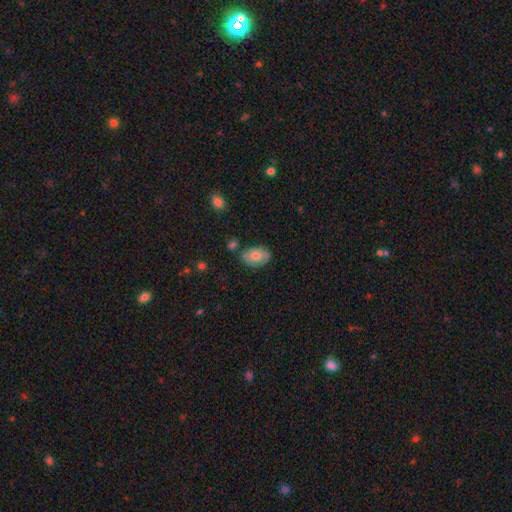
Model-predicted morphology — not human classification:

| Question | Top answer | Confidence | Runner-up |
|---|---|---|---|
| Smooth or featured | smooth | 71% | featured or disk (22%) |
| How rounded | in between | 86% | round (12%) |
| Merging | none | 69% | minor disturbance (20%) |